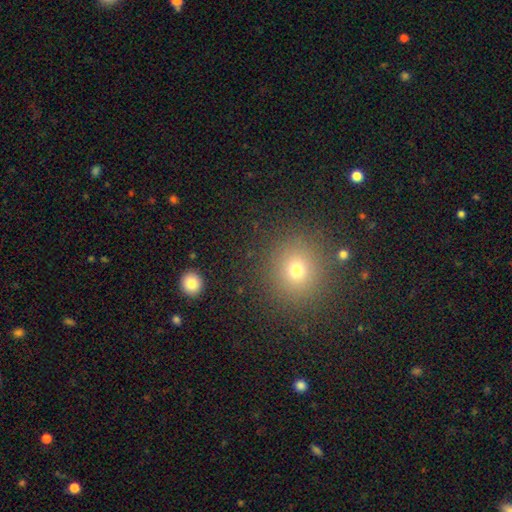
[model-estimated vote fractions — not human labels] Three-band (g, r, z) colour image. It shows a smooth galaxy with no disk features (63%) that is round (90%). Merging: none (91%).